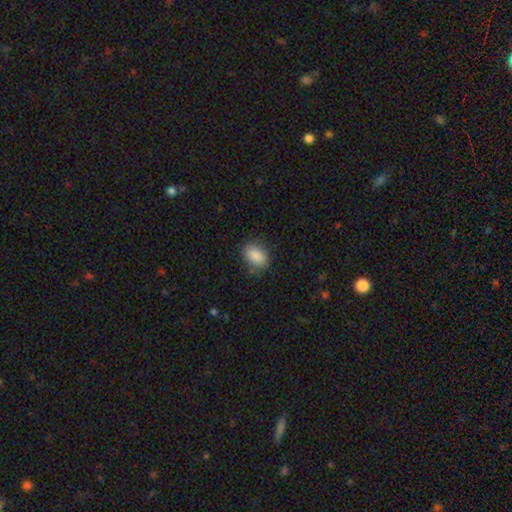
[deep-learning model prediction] smooth 89%, star or artifact 7%, featured or disk 4%. Down the decision tree: how rounded — in between (81%); merging — none (81%).